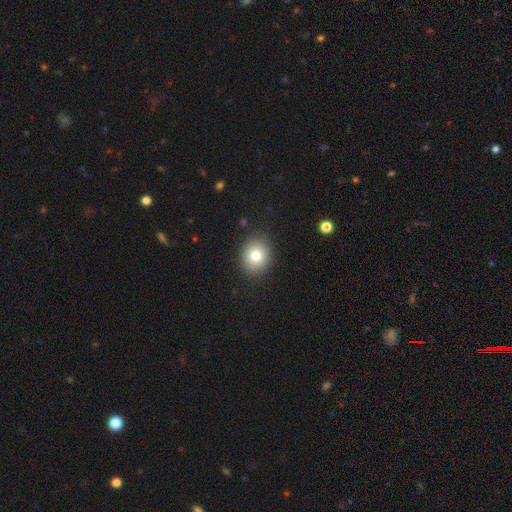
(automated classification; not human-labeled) Smooth or featured? Predicted: smooth (p=0.79). How rounded? Predicted: round (p=0.64). Merging? Predicted: none (p=0.87).